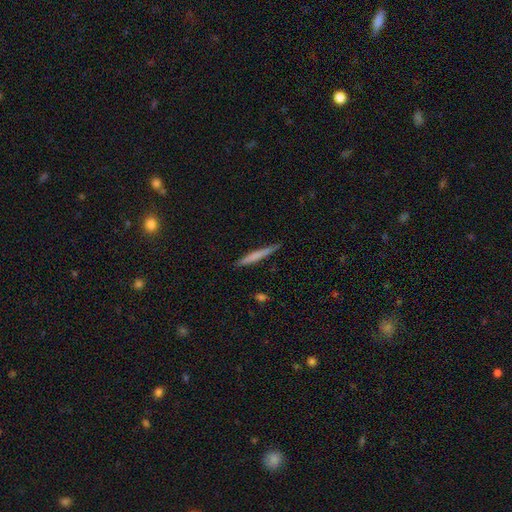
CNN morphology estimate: type=smooth (62%); roundness=cigar-shaped (96%); merging=none (87%).